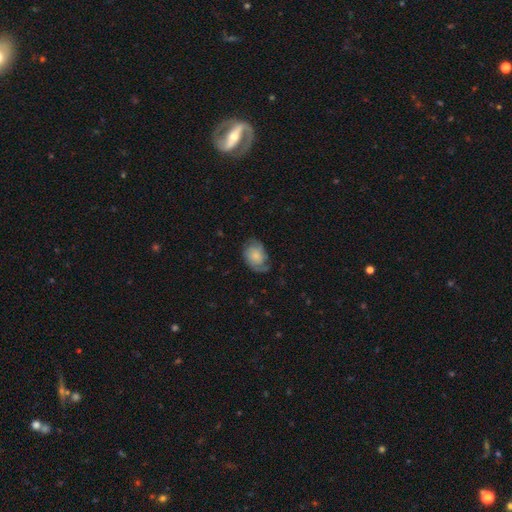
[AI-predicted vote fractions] A smooth galaxy with no disk features (49%). Merging: none (52%).